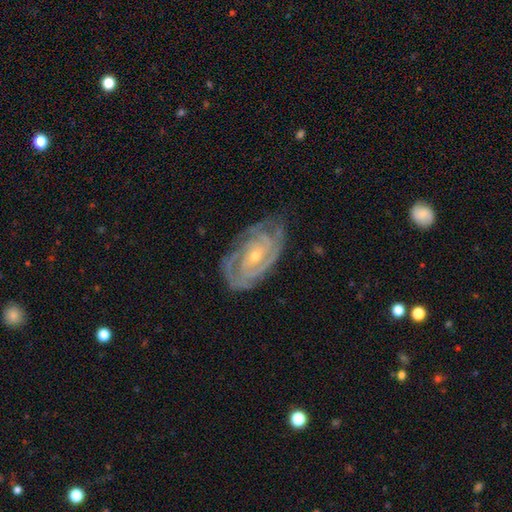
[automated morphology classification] smooth_or_featured: featured or disk (p=0.90) [alt: smooth p=0.05]
disk_edge_on: no (p=0.96) [alt: yes p=0.04]
bar: no (p=0.64) [alt: weak p=0.27]
has_spiral_arms: yes (p=0.98) [alt: no p=0.02]
spiral_winding: tight (p=0.76) [alt: medium p=0.21]
spiral_arm_count: 2 (p=0.37) [alt: 3 p=0.27]
bulge_size: small (p=0.68) [alt: moderate p=0.29]
merging: none (p=0.74) [alt: minor disturbance p=0.19]